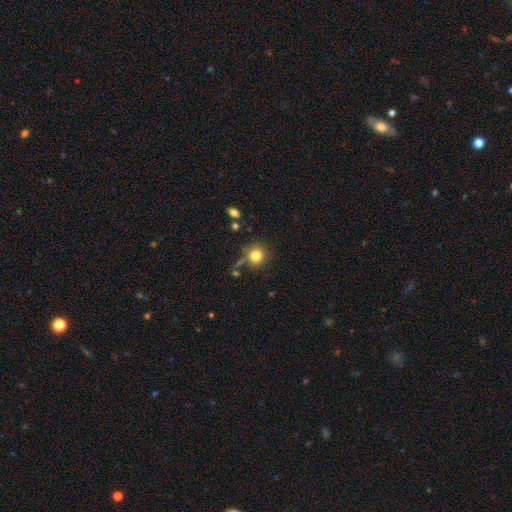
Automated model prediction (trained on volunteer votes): Overall: smooth (81%). How rounded: round (89%). Merging: none (73%).